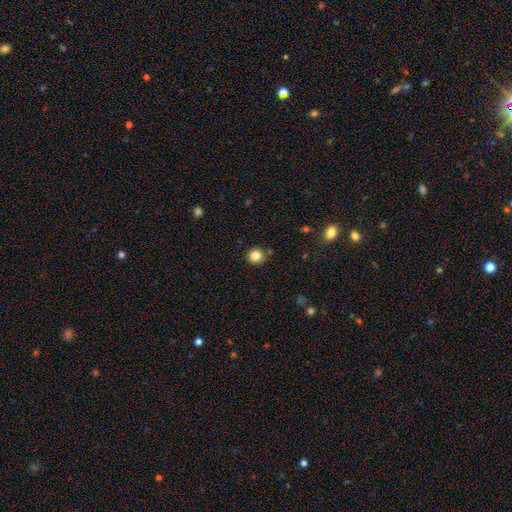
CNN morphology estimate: This appears to be a smooth galaxy with no disk features (85%) that is round (93%). Merging: none (88%).